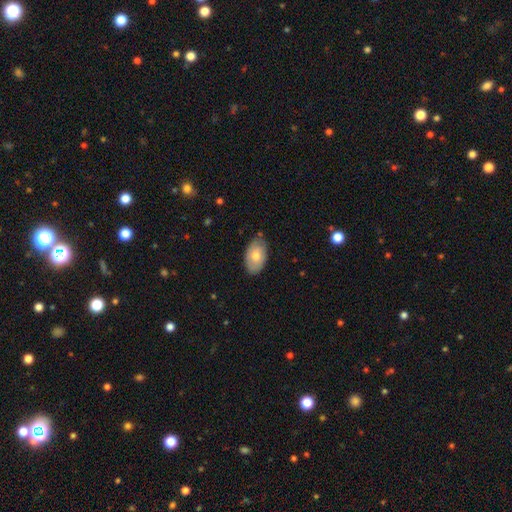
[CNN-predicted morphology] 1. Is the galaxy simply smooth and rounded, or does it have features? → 67% smooth, 26% featured or disk, 7% star or artifact.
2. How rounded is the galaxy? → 93% in between, 6% round, 1% cigar-shaped.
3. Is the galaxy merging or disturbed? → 77% none, 19% minor disturbance, 3% major disturbance, 1% merger.